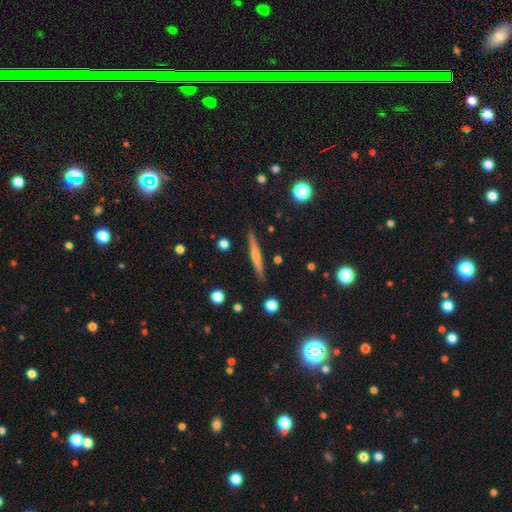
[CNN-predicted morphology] smooth-or-featured: featured or disk: 50% | smooth: 43% | star or artifact: 7%
  merging: none: 89% | minor disturbance: 8% | merger: 2% | major disturbance: 2%